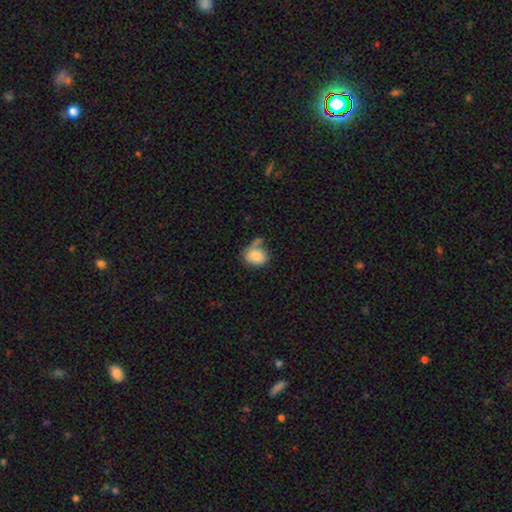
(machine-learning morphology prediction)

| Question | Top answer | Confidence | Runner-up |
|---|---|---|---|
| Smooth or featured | smooth | 79% | featured or disk (13%) |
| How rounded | in between | 50% | round (49%) |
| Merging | none | 40% | minor disturbance (25%) |